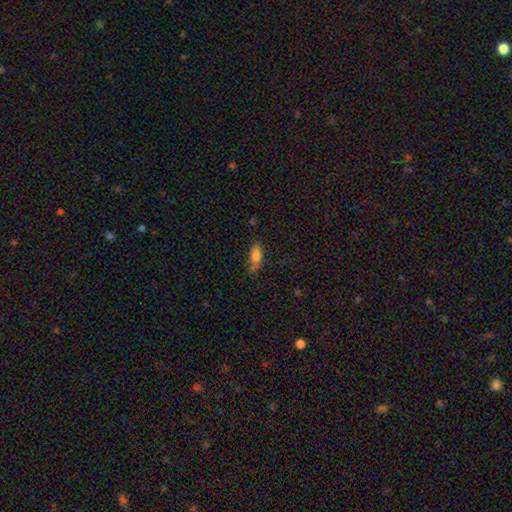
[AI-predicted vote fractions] Morphology: type=smooth (80%); roundness=in between (80%); merging=none (65%).